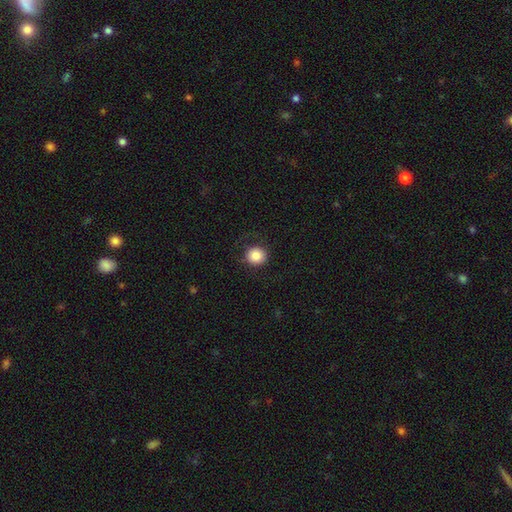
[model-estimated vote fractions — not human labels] smooth-or-featured: smooth: 84% | star or artifact: 10% | featured or disk: 6%
  how-rounded: round: 91% | in between: 8% | cigar-shaped: 1%
  merging: none: 85% | minor disturbance: 10% | major disturbance: 5% | merger: 1%